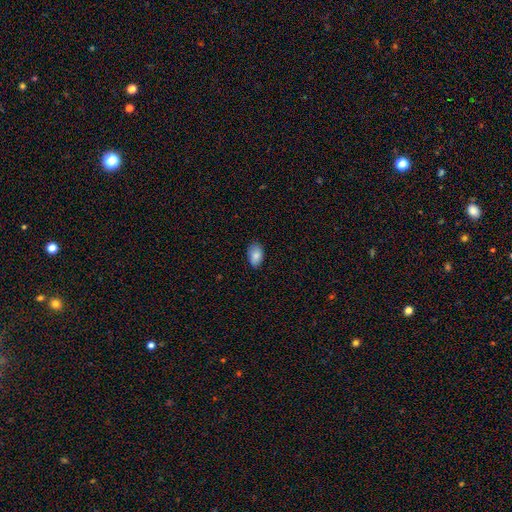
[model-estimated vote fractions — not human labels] smooth 85%, star or artifact 8%, featured or disk 7%. Down the decision tree: how rounded — in between (91%); merging — none (77%).